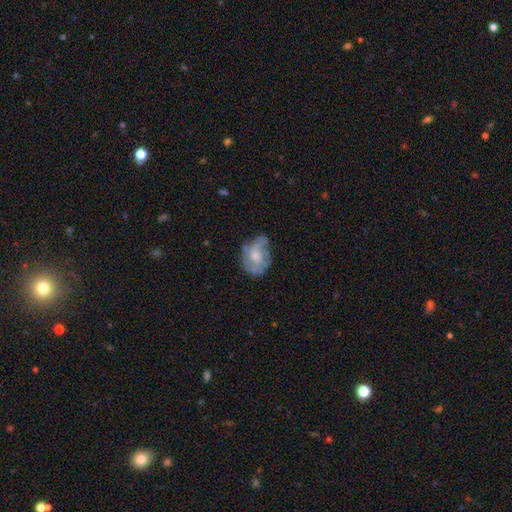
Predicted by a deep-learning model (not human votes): smooth-or-featured: featured or disk: 64% | smooth: 29% | star or artifact: 7%
  disk-edge-on: no: 97% | yes: 3%
    bar: no: 72% | weak: 25% | strong: 3%
    has-spiral-arms: yes: 70% | no: 30%
    bulge-size: moderate: 53% | small: 32% | none: 8% | large: 6% | dominant: 1%
  merging: none: 57% | minor disturbance: 27% | major disturbance: 14% | merger: 2%